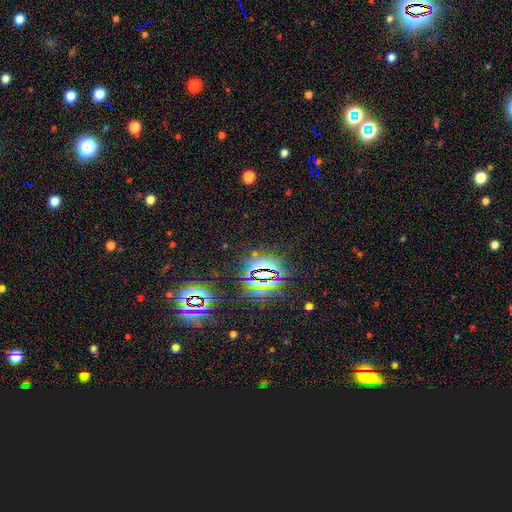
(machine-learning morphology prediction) smooth-or-featured: star or artifact: 85% | smooth: 8% | featured or disk: 7%